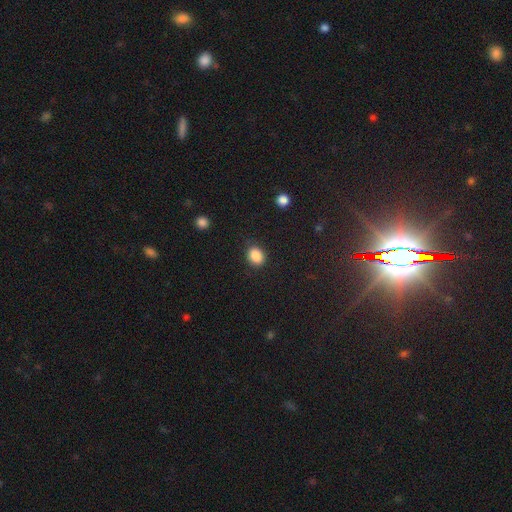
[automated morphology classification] Smooth or featured? Predicted: smooth (p=0.88). How rounded? Predicted: in between (p=0.54). Merging? Predicted: none (p=0.85).